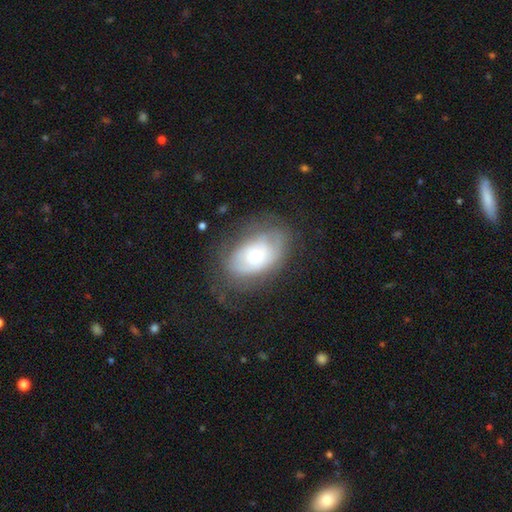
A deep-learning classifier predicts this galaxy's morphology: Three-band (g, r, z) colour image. It shows a featured or disk galaxy (53%). Merging: none (57%).